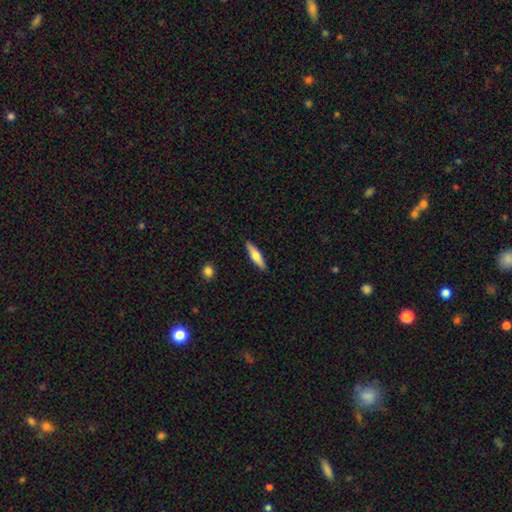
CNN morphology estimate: A smooth galaxy with no disk features (59%) that is cigar-shaped (73%). Merging: none (90%).